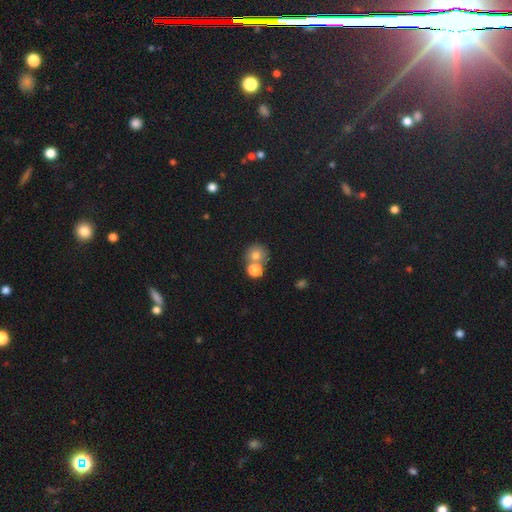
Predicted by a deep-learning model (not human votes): A smooth galaxy with no disk features (75%) that is round (84%).

Vote fractions:
- Smooth or featured? smooth: 75% / star or artifact: 13% / featured or disk: 12%
- How rounded? round: 84% / in between: 15% / cigar-shaped: 1%
- Merging? none: 48% / merger: 40% / minor disturbance: 8% / major disturbance: 4%